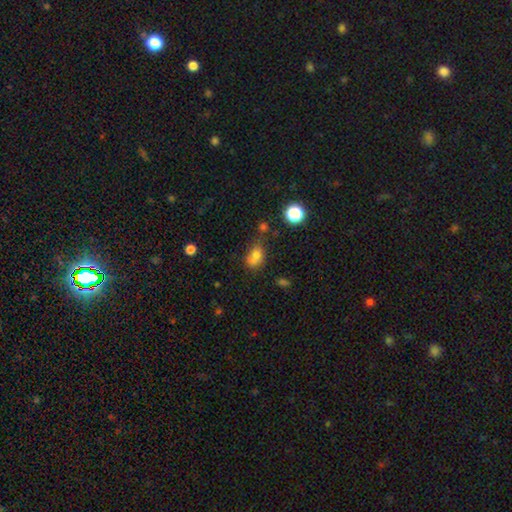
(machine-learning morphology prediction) smooth_or_featured: smooth (p=0.71) [alt: star or artifact p=0.16]
how_rounded: in between (p=0.53) [alt: round p=0.45]
merging: none (p=0.42) [alt: minor disturbance p=0.23]